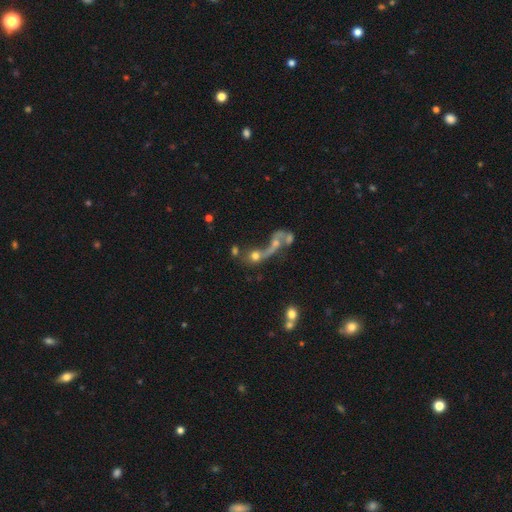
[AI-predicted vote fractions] Smooth or featured? smooth (52%)
How rounded? round (70%)
Merging? merger (57%)